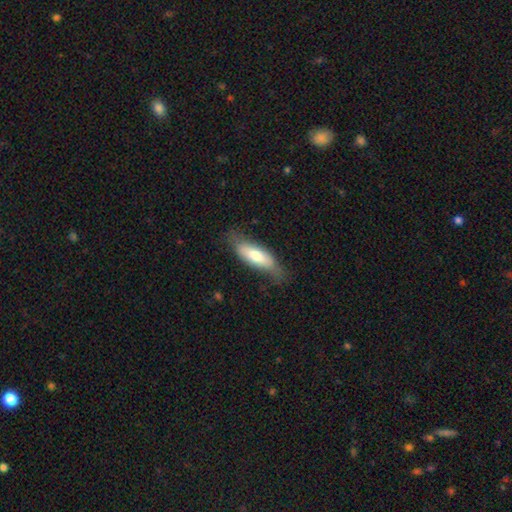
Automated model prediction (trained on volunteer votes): Smooth or featured? smooth (67%)
How rounded? in between (57%)
Merging? none (64%)